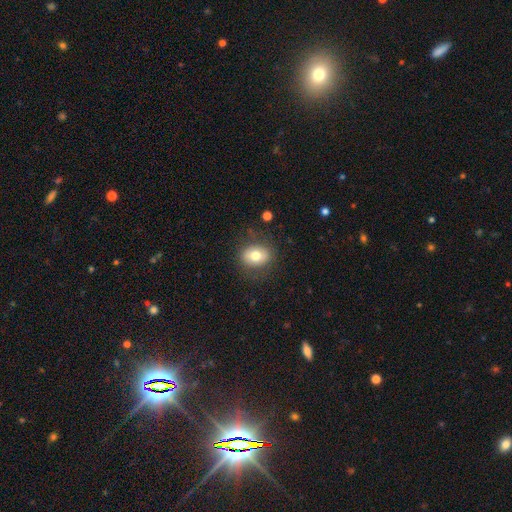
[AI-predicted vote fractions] Smooth or featured?
  - smooth: 74% *
  - featured or disk: 17%
  - star or artifact: 9%
How rounded?
  - in between: 55% *
  - round: 44%
  - cigar-shaped: 1%
Merging?
  - none: 80% *
  - minor disturbance: 14%
  - major disturbance: 5%
  - merger: 1%